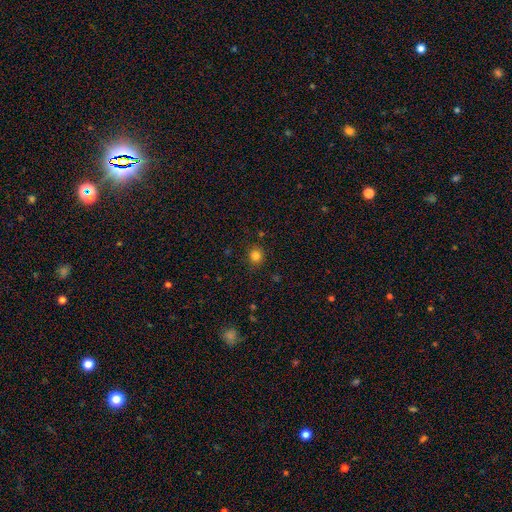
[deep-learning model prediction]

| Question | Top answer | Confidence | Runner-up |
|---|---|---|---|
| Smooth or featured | smooth | 82% | star or artifact (13%) |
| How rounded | round | 87% | in between (12%) |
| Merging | none | 87% | minor disturbance (9%) |